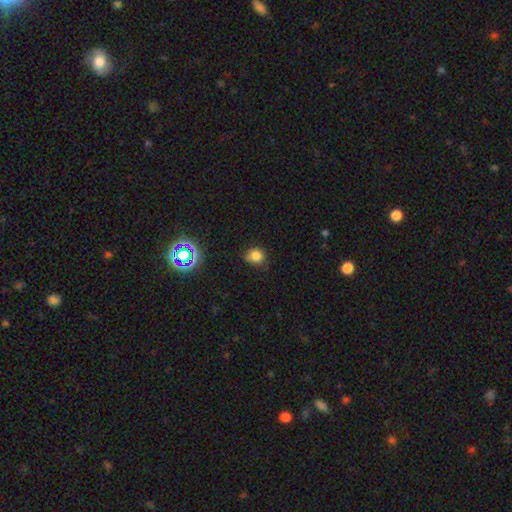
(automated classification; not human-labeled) A smooth galaxy with no disk features (78%) that is round (77%). Merging: none (72%).